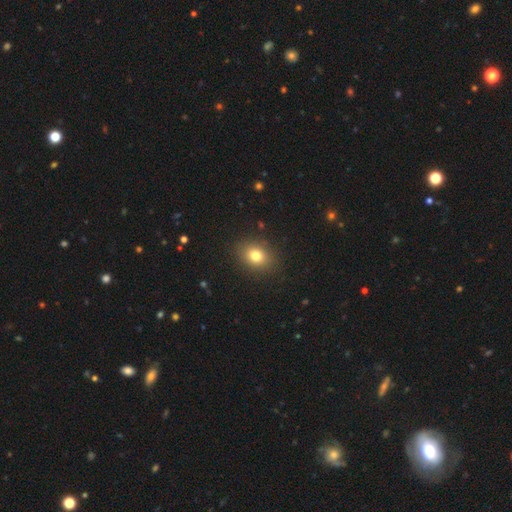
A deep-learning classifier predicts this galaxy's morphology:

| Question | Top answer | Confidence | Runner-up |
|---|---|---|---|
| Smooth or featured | smooth | 78% | star or artifact (12%) |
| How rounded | in between | 53% | round (46%) |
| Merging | none | 88% | minor disturbance (8%) |